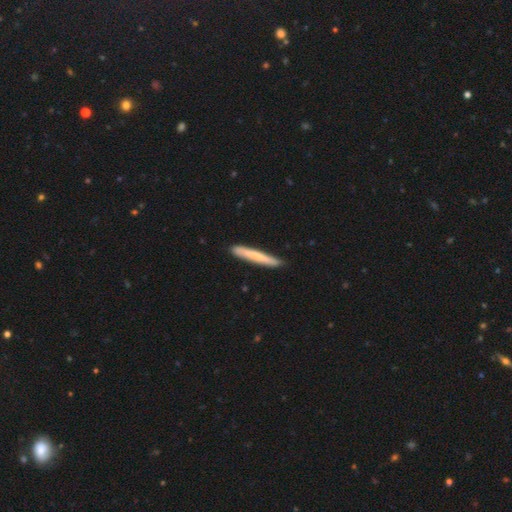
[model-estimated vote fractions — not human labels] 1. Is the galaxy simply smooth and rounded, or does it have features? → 65% smooth, 30% featured or disk, 5% star or artifact.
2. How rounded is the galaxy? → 97% cigar-shaped, 2% in between, 1% round.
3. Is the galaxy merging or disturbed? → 87% none, 10% minor disturbance, 2% major disturbance, 1% merger.